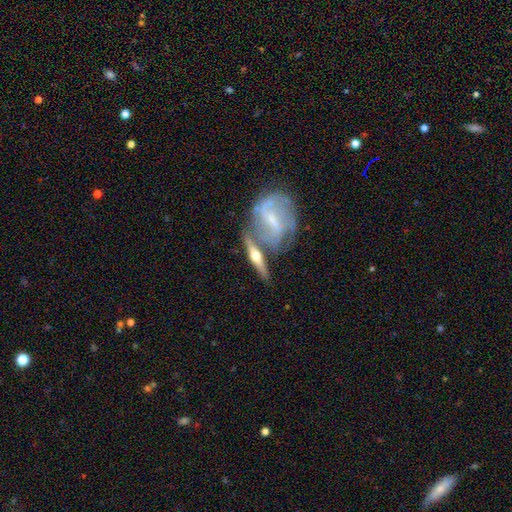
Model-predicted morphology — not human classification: Smooth or featured? featured or disk (73%)
Edge-on disk? yes (85%)
Edge-on bulge? rounded (93%)
Merging? none (60%)